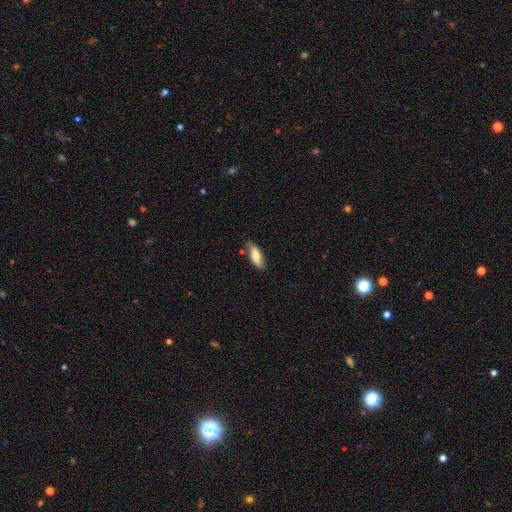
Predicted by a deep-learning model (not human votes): A smooth galaxy with no disk features (74%) that is in between round and cigar-shaped (71%). Merging: none (76%).